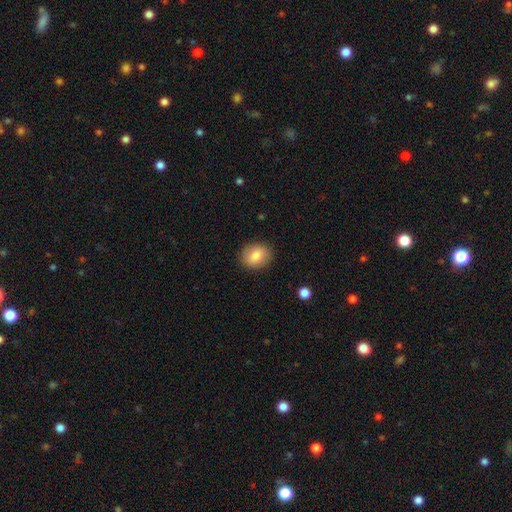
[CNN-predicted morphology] smooth_or_featured: smooth (p=0.83) [alt: featured or disk p=0.10]
how_rounded: round (p=0.52) [alt: in between p=0.47]
merging: none (p=0.88) [alt: minor disturbance p=0.09]